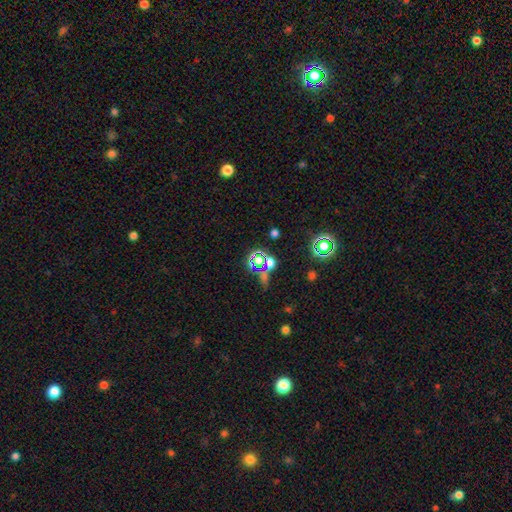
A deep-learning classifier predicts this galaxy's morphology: A star or artifact, not a galaxy (61%).